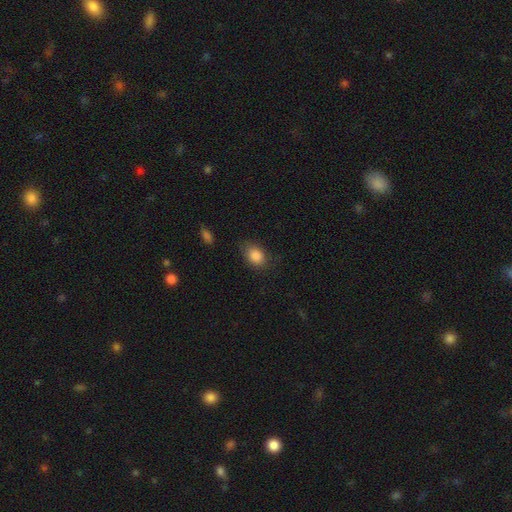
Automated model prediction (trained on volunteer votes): This is clearly a smooth galaxy (86%). How rounded: likely in between (69%). Merging: likely none (74%).